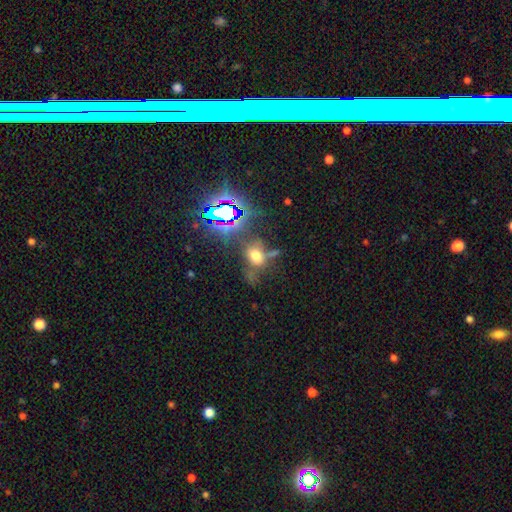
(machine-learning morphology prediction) This is possibly a smooth galaxy (49%). Merging: possibly none (49%).